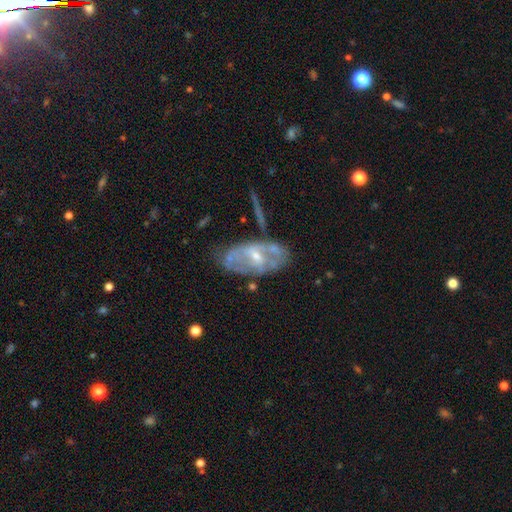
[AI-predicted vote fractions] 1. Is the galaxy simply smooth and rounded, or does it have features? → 73% featured or disk, 20% smooth, 7% star or artifact.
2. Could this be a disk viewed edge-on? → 91% no, 9% yes.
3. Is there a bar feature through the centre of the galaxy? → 43% no, 40% weak, 17% strong.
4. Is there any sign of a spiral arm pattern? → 50% no (tied), 50% yes (tied).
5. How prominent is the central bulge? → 55% small, 40% moderate, 3% none, 2% large, 1% dominant.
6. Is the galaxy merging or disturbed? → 51% none, 23% minor disturbance, 14% major disturbance, 13% merger.